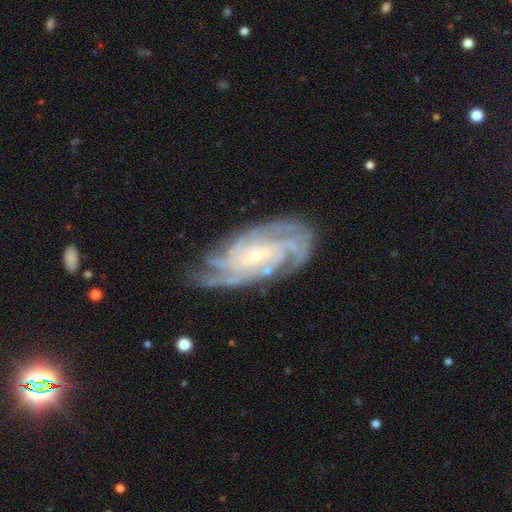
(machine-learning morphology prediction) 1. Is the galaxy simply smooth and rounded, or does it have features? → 89% featured or disk, 6% star or artifact, 5% smooth.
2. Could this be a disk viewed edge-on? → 95% no, 5% yes.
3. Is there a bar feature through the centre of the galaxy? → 55% no, 33% weak, 12% strong.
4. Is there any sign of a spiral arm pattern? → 98% yes, 2% no.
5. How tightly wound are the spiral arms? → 69% tight, 26% medium, 4% loose.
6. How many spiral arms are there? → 38% 4, 18% more than 4, 17% can't tell, 14% 3, 8% 2, 6% 1.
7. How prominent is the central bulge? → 80% small, 15% moderate, 3% none, 1% large, 1% dominant.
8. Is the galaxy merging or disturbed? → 76% none, 17% minor disturbance, 5% major disturbance, 1% merger.